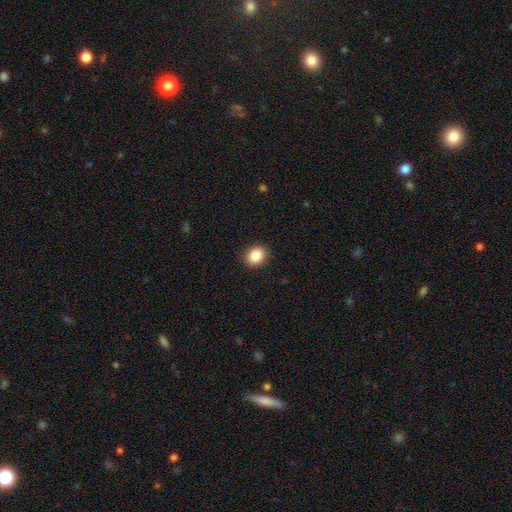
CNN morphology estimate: This is clearly a smooth galaxy (87%). How rounded: possibly round (54%). Merging: clearly none (90%).